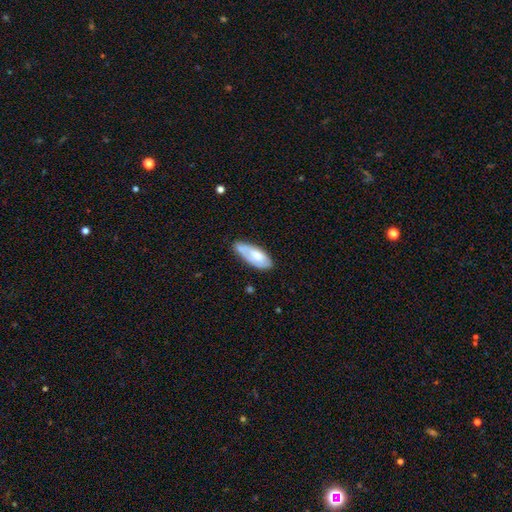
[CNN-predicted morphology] Q: Smooth or featured?
A: smooth (61%); runner-up: featured or disk (33%)
Q: How rounded?
A: in between (78%); runner-up: cigar-shaped (20%)
Q: Merging?
A: none (58%); runner-up: minor disturbance (31%)